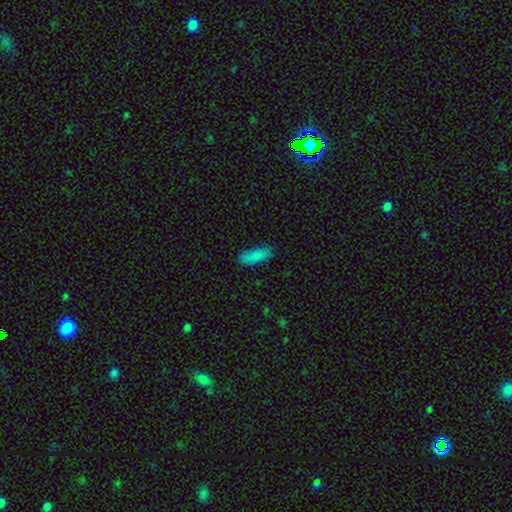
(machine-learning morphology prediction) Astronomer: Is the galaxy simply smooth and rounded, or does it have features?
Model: smooth — 86%.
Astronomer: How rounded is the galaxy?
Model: in between — 74%.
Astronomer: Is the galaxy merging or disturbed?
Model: none — 83%.